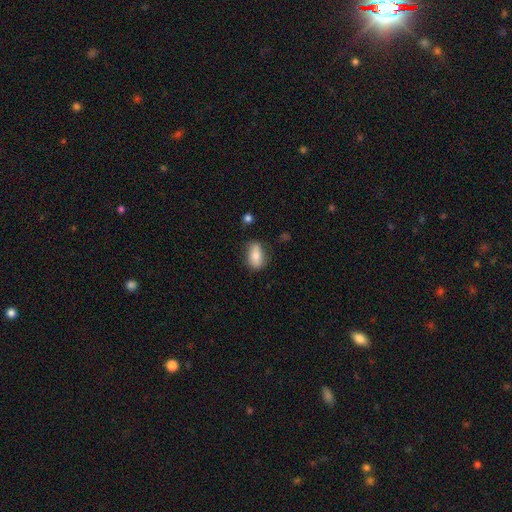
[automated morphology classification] Q: Smooth or featured?
A: smooth (75%); runner-up: featured or disk (17%)
Q: How rounded?
A: in between (85%); runner-up: round (11%)
Q: Merging?
A: none (73%); runner-up: minor disturbance (20%)